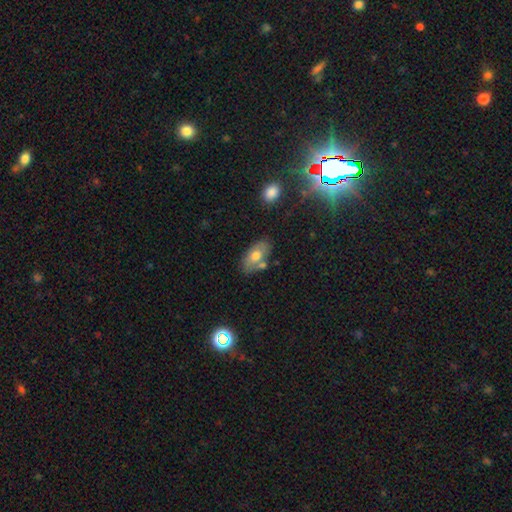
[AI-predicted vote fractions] Q: Smooth or featured?
A: smooth (68%); runner-up: featured or disk (25%)
Q: How rounded?
A: in between (92%); runner-up: round (5%)
Q: Merging?
A: none (67%); runner-up: minor disturbance (16%)